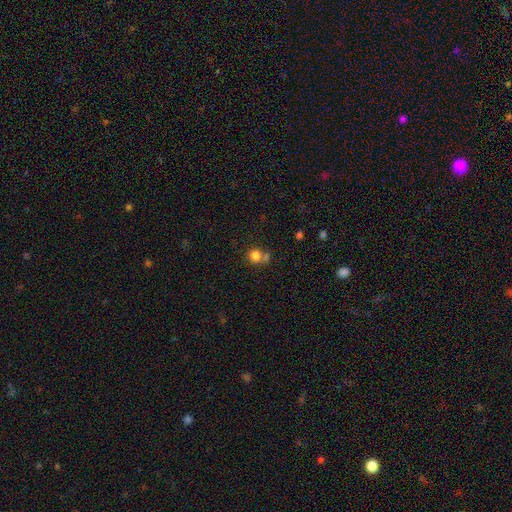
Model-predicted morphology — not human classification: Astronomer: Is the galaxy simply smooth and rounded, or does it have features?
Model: smooth — 80%.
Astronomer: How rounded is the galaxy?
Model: round — 85%.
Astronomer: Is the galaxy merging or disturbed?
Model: none — 50% (runner-up: merger, 34%).